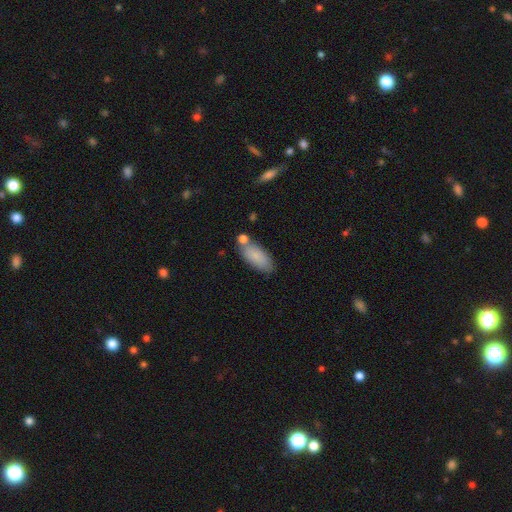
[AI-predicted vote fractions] Q: Smooth or featured?
A: smooth (84%); runner-up: featured or disk (10%)
Q: How rounded?
A: in between (87%); runner-up: cigar-shaped (11%)
Q: Merging?
A: none (68%); runner-up: minor disturbance (16%)